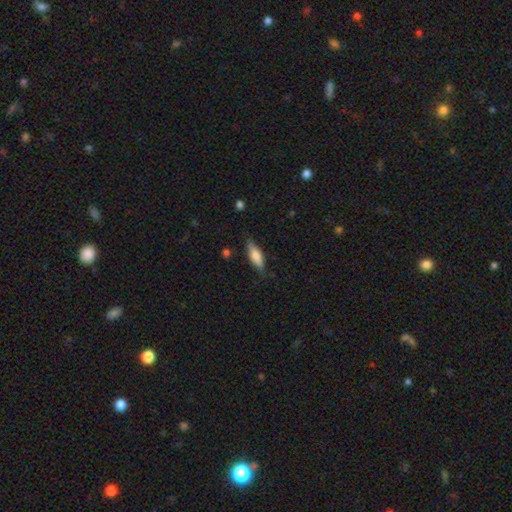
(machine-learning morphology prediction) Overall: smooth (58%; featured or disk 36%). How rounded: in between (50%; cigar-shaped 47%). Merging: none (78%).